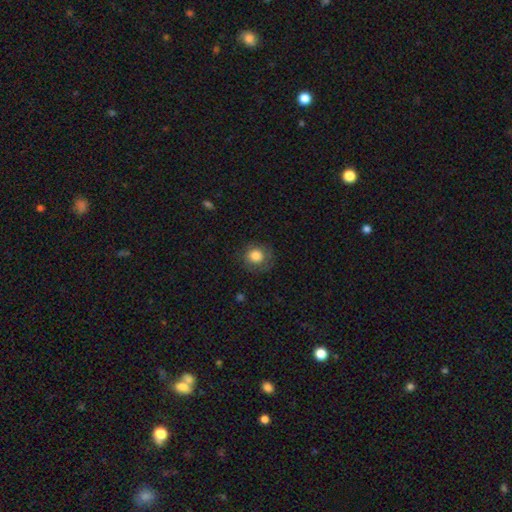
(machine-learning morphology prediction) Smooth or featured? smooth (82%)
How rounded? round (87%)
Merging? none (76%)